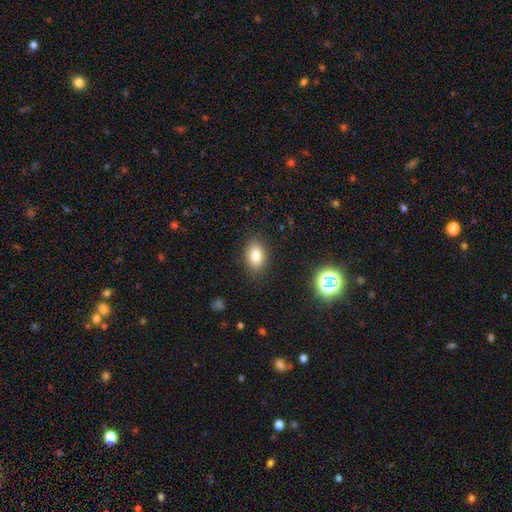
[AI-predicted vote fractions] Smooth or featured?
  - smooth: 81% *
  - star or artifact: 10%
  - featured or disk: 9%
How rounded?
  - in between: 81% *
  - round: 17%
  - cigar-shaped: 1%
Merging?
  - none: 86% *
  - minor disturbance: 10%
  - major disturbance: 3%
  - merger: 1%